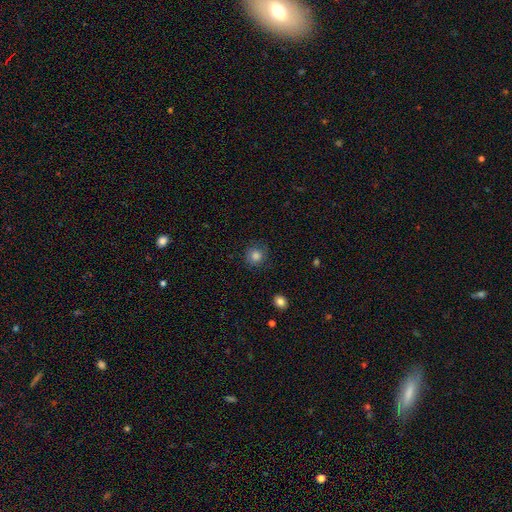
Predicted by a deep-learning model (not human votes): This appears to be a smooth galaxy with no disk features (83%) that is round (91%). Merging: none (82%).